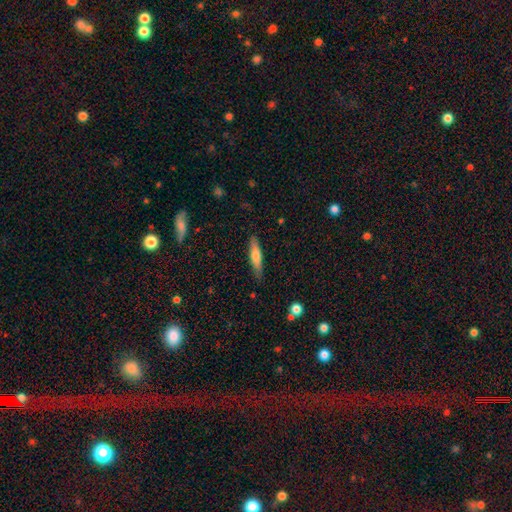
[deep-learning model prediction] A smooth galaxy with no disk features (63%) that is cigar-shaped (81%).

Vote fractions:
- Smooth or featured? smooth: 63% / featured or disk: 31% / star or artifact: 6%
- How rounded? cigar-shaped: 81% / in between: 18% / round: 2%
- Merging? none: 85% / minor disturbance: 11% / major disturbance: 2% / merger: 1%